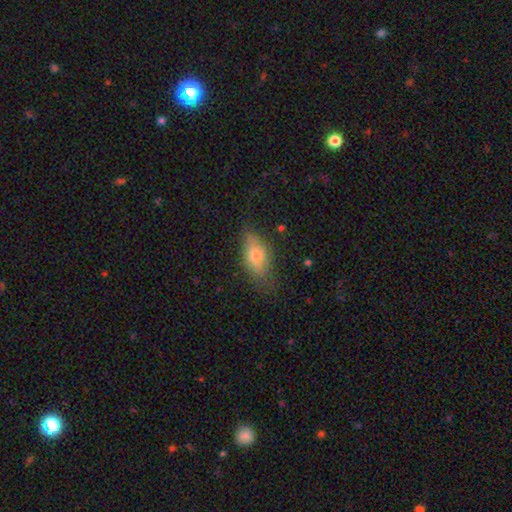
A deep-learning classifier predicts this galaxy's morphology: Smooth or featured: smooth — 68% (featured or disk — 24%)
How rounded: in between — 80% (cigar-shaped — 15%)
Merging: none — 68% (minor disturbance — 23%)